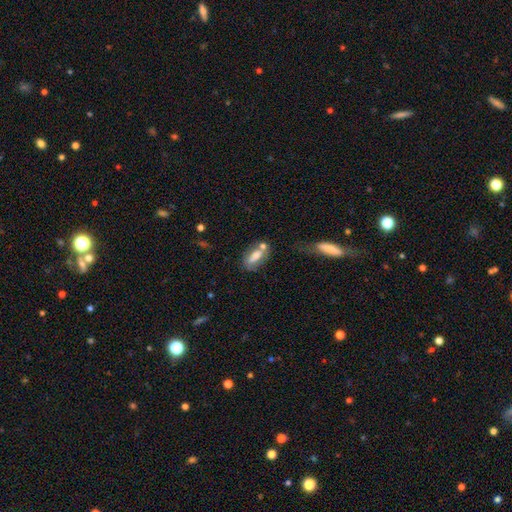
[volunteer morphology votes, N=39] smooth-or-featured: smooth: 59% | featured or disk: 33% | star or artifact: 8%
  how-rounded: in between: 74% | cigar-shaped: 17% | round: 9%
  merging: merger: 44% | none: 33% | minor disturbance: 17% | major disturbance: 6%